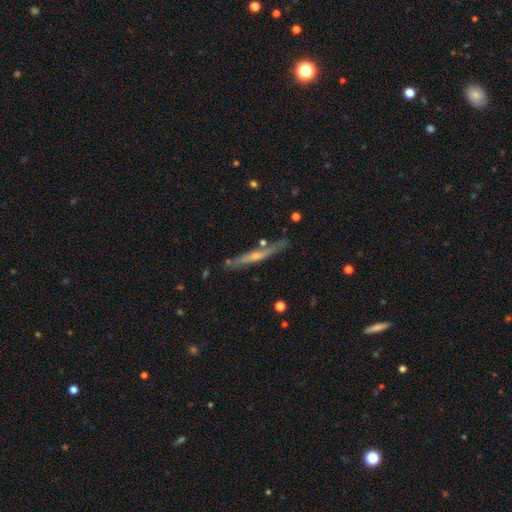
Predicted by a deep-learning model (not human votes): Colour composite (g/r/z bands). It shows a featured or disk galaxy (64%) viewed edge-on (93%) with a rounded central bulge (56%). Merging: none (79%).